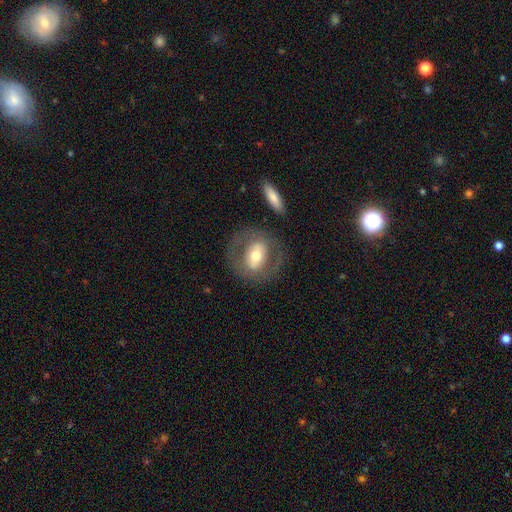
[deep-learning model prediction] smooth-or-featured: featured or disk: 52% | smooth: 41% | star or artifact: 7%
  disk-edge-on: no: 90% | yes: 10%
  merging: none: 76% | minor disturbance: 12% | major disturbance: 10% | merger: 3%